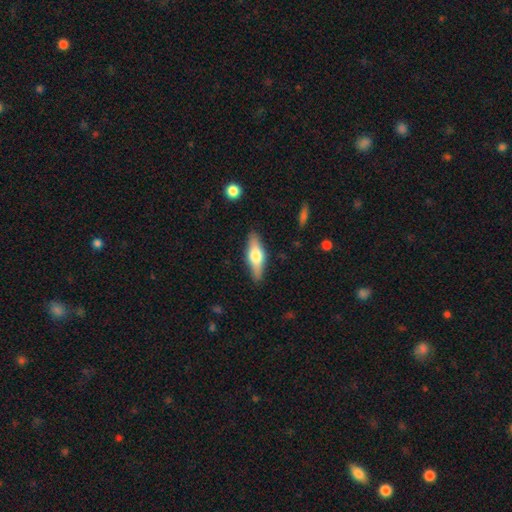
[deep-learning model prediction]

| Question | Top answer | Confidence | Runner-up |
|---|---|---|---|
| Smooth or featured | smooth | 48% | featured or disk (46%) |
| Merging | none | 87% | minor disturbance (10%) |